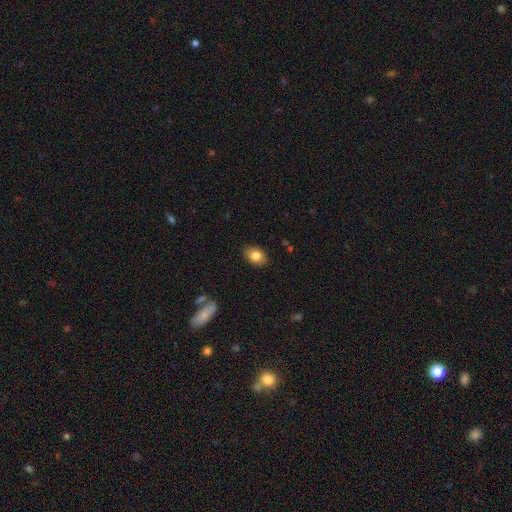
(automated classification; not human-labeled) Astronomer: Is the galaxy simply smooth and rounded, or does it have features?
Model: smooth — 83%.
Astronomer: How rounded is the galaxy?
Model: in between — 80%.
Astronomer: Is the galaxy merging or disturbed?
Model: none — 87%.